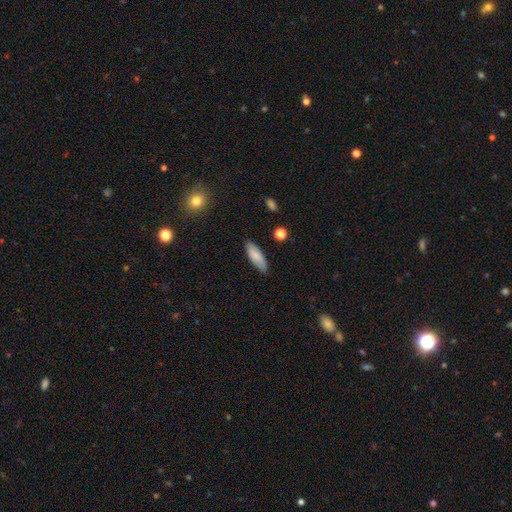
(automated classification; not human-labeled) Smooth or featured?
  - smooth: 83% *
  - featured or disk: 10%
  - star or artifact: 6%
How rounded?
  - in between: 61% *
  - cigar-shaped: 38%
  - round: 2%
Merging?
  - none: 84% *
  - minor disturbance: 13%
  - major disturbance: 2%
  - merger: 1%